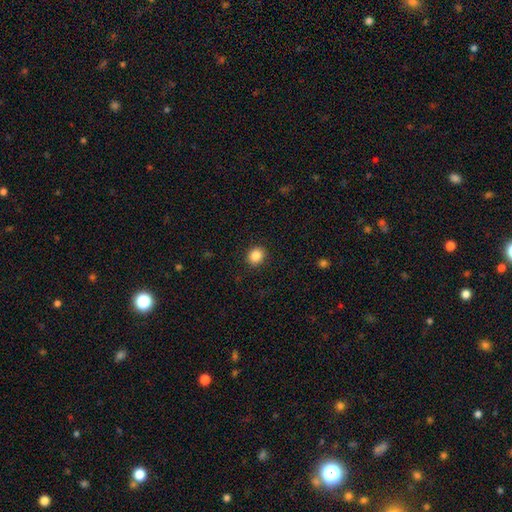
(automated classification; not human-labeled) This appears to be a smooth galaxy with no disk features (86%) that is round (77%). Merging: none (91%).